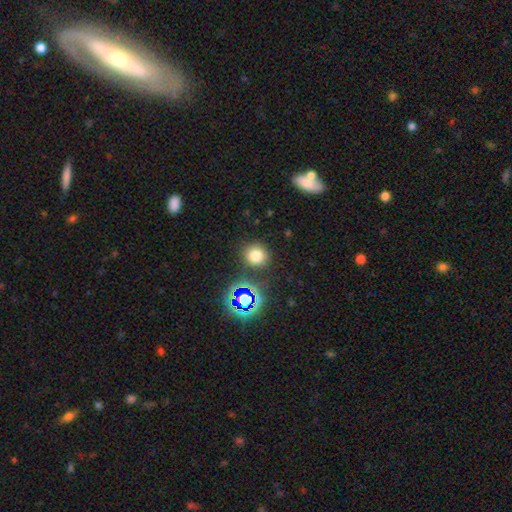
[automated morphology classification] A smooth galaxy with no disk features (72%) that is round (88%).

Vote fractions:
- Smooth or featured? smooth: 72% / star or artifact: 21% / featured or disk: 7%
- How rounded? round: 88% / in between: 11% / cigar-shaped: 1%
- Merging? none: 85% / minor disturbance: 8% / merger: 3% / major disturbance: 3%